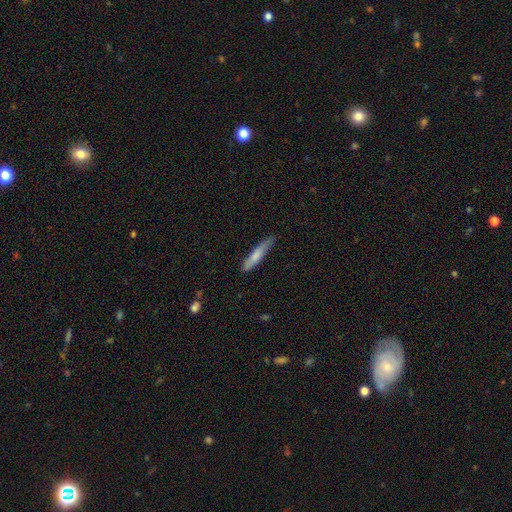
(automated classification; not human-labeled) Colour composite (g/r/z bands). It shows a smooth galaxy with no disk features (75%) that is cigar-shaped (89%). Merging: none (76%).